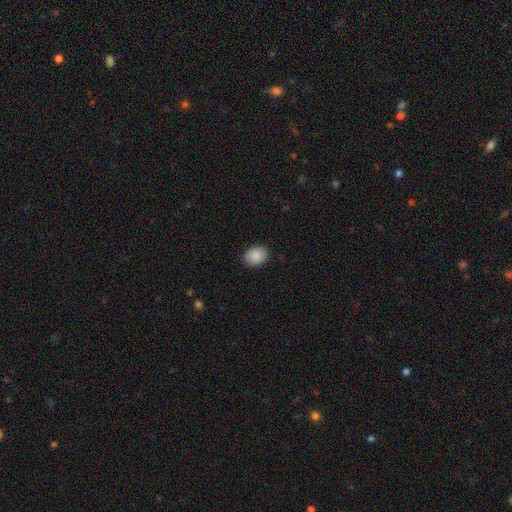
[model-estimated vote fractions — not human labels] A smooth galaxy with no disk features (90%) that is in between round and cigar-shaped (62%).

Vote fractions:
- Smooth or featured? smooth: 90% / star or artifact: 7% / featured or disk: 3%
- How rounded? in between: 62% / round: 37% / cigar-shaped: 1%
- Merging? none: 88% / minor disturbance: 9% / major disturbance: 2% / merger: 1%